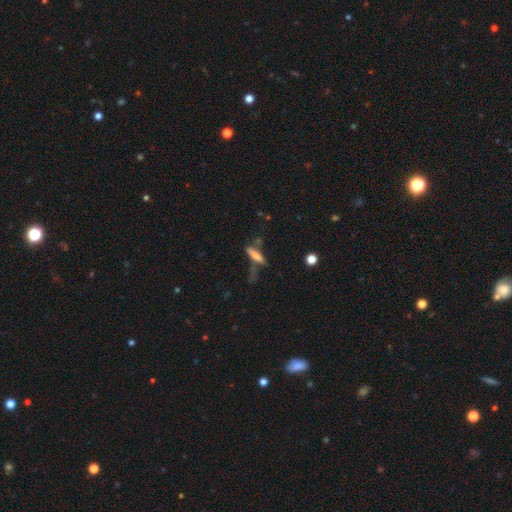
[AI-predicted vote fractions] This is possibly a smooth galaxy (60%). How rounded: likely cigar-shaped (77%). Merging: possibly none (47%).